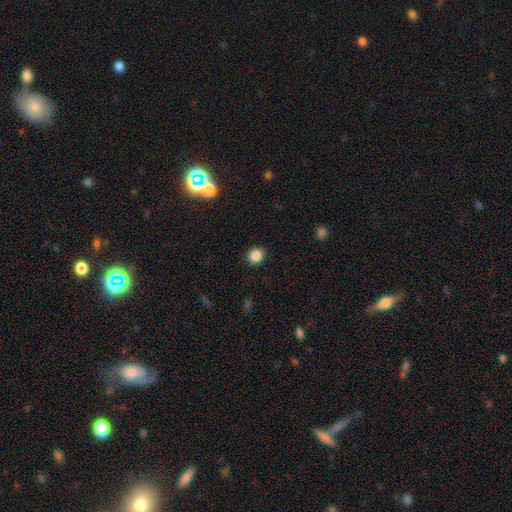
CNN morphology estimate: This is clearly a smooth galaxy (85%). How rounded: clearly round (82%). Merging: clearly none (90%).